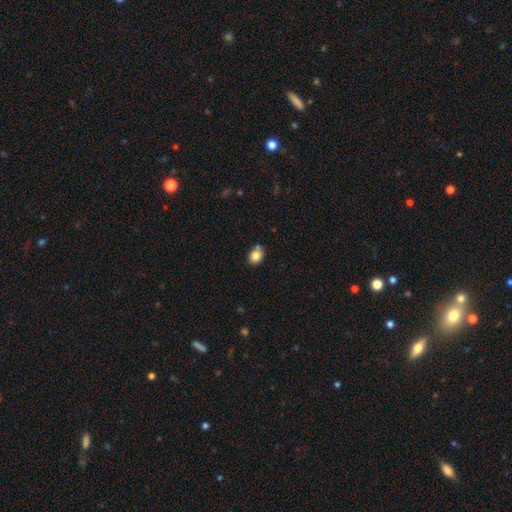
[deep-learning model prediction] Smooth or featured? Predicted: smooth (p=0.82). How rounded? Predicted: in between (p=0.55). Merging? Predicted: none (p=0.68).